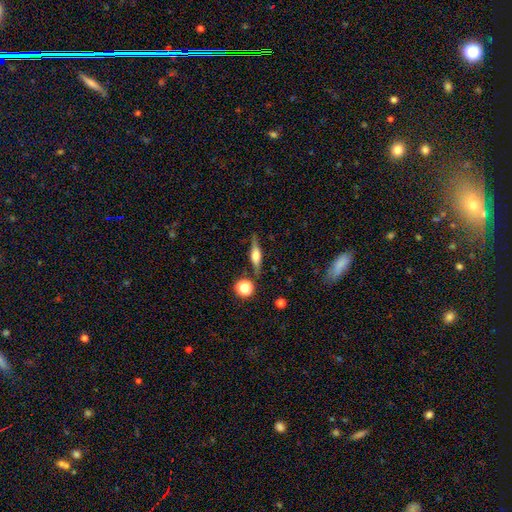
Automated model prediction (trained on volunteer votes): This appears to be a featured or disk galaxy (55%) viewed edge-on (94%) with a rounded central bulge (79%). Merging: none (78%).